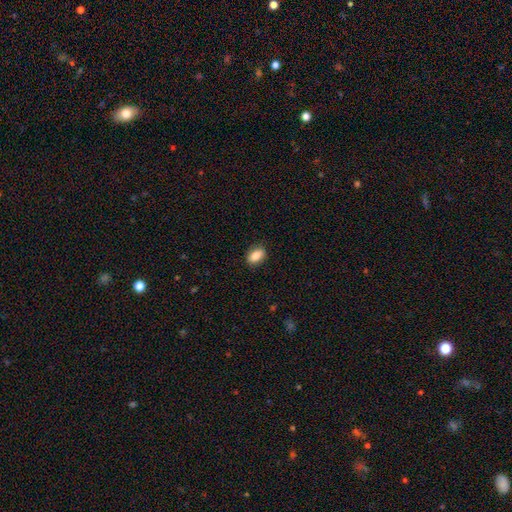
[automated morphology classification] This appears to be a smooth galaxy with no disk features (82%) that is in between round and cigar-shaped (82%). Merging: none (85%).